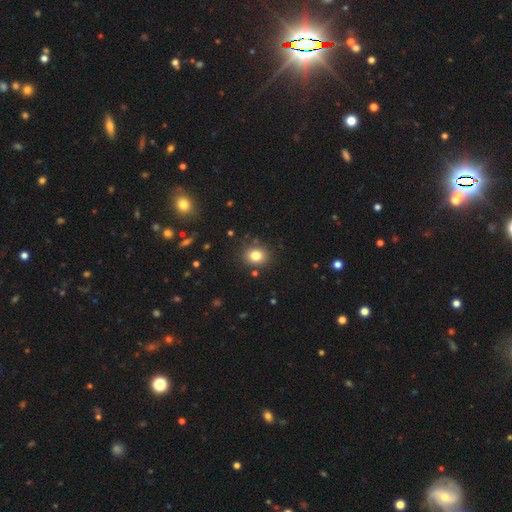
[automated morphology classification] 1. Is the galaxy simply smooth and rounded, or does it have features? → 81% smooth, 11% star or artifact, 8% featured or disk.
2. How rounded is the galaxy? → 62% round, 37% in between, 1% cigar-shaped.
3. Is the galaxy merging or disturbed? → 85% none, 9% minor disturbance, 3% merger, 3% major disturbance.